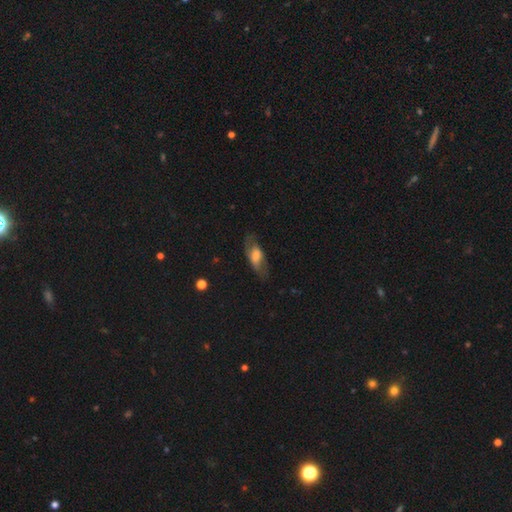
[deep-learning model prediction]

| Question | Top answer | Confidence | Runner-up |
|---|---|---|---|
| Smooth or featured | featured or disk | 47% | smooth (46%) |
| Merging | none | 71% | minor disturbance (18%) |